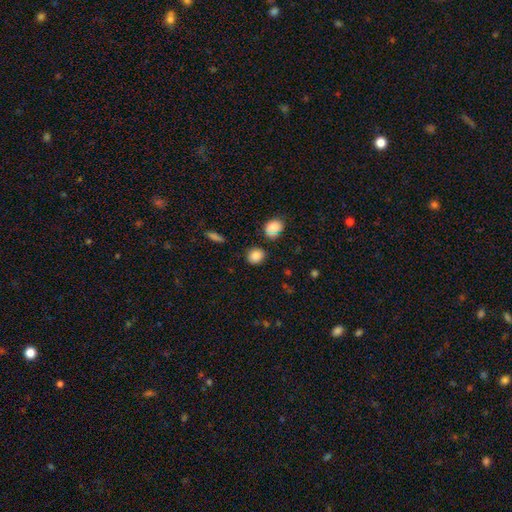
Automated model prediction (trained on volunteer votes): smooth 85%, star or artifact 11%, featured or disk 4%. Down the decision tree: how rounded — round (75%); merging — none (84%).